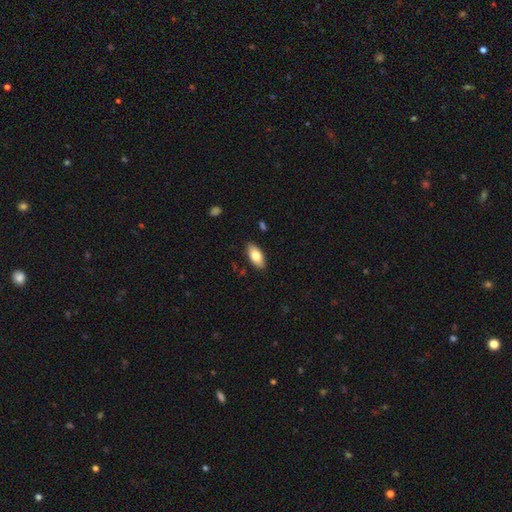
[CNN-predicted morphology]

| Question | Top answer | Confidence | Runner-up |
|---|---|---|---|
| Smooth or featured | smooth | 79% | featured or disk (15%) |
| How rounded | in between | 90% | cigar-shaped (8%) |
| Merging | none | 87% | minor disturbance (10%) |